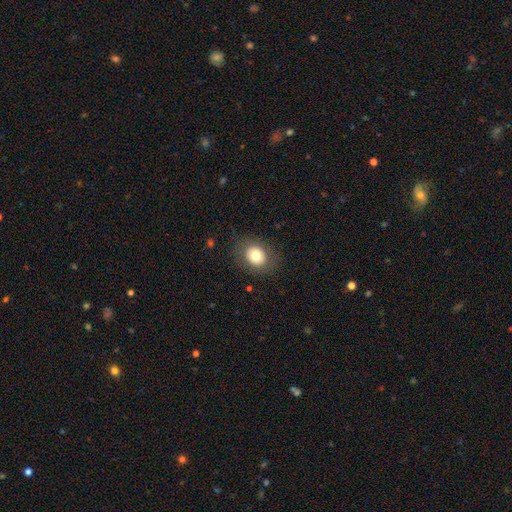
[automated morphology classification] This appears to be a smooth galaxy with no disk features (76%) that is round (57%). Merging: none (83%).